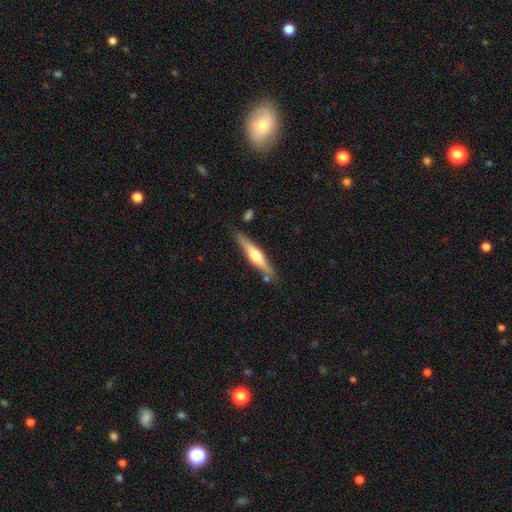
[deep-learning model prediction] smooth_or_featured: featured or disk (p=0.59) [alt: smooth p=0.36]
disk_edge_on: yes (p=0.96) [alt: no p=0.04]
edge_on_bulge: rounded (p=0.89) [alt: boxy p=0.06]
merging: none (p=0.82) [alt: minor disturbance p=0.12]